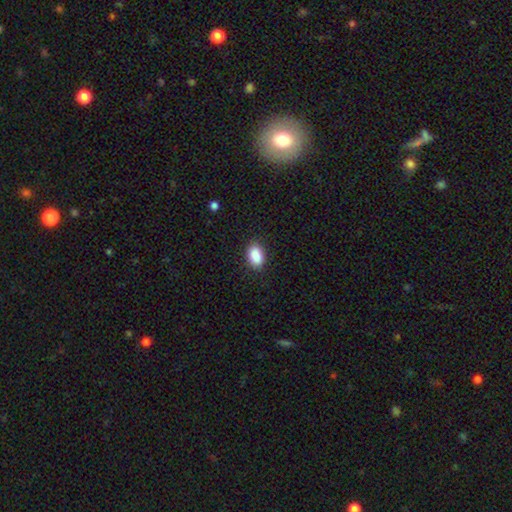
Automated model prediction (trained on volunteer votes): Smooth or featured: smooth — 89% (star or artifact — 8%)
How rounded: in between — 88% (round — 11%)
Merging: none — 84% (minor disturbance — 12%)